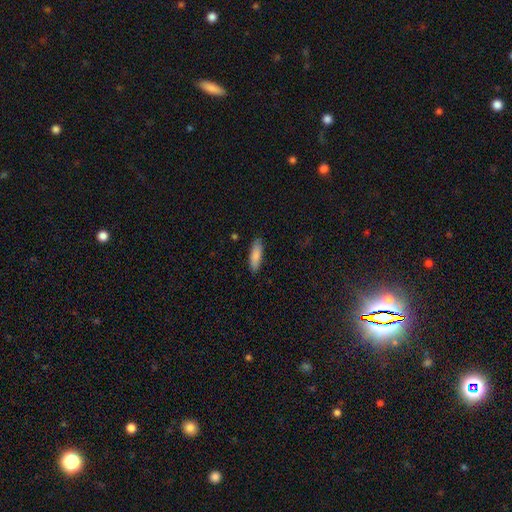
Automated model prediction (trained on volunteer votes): A smooth galaxy with no disk features (86%) that is cigar-shaped (51%). Merging: none (87%).